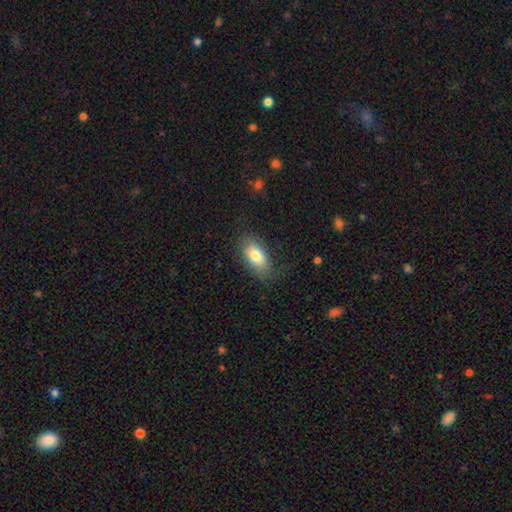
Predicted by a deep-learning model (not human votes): Smooth or featured? smooth (79%)
How rounded? in between (91%)
Merging? none (73%)